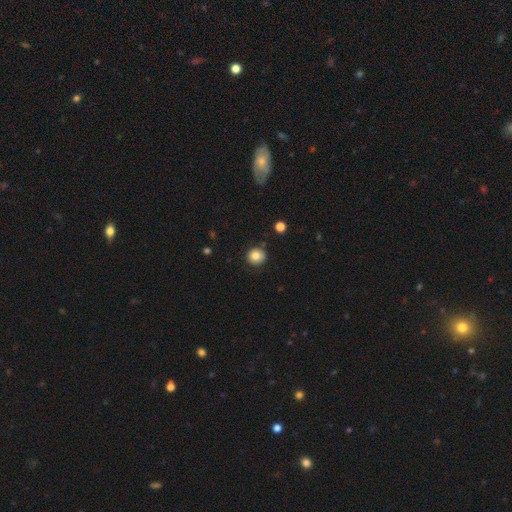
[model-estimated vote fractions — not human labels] smooth_or_featured: smooth (p=0.83) [alt: star or artifact p=0.10]
how_rounded: round (p=0.90) [alt: in between p=0.09]
merging: none (p=0.88) [alt: minor disturbance p=0.08]